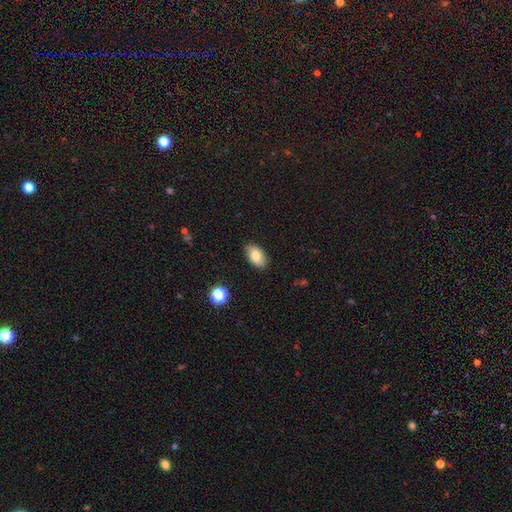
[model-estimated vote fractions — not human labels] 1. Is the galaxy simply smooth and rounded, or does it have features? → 78% smooth, 14% featured or disk, 8% star or artifact.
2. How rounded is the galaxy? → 92% in between, 6% round, 2% cigar-shaped.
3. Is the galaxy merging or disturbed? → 85% none, 12% minor disturbance, 2% major disturbance, 1% merger.